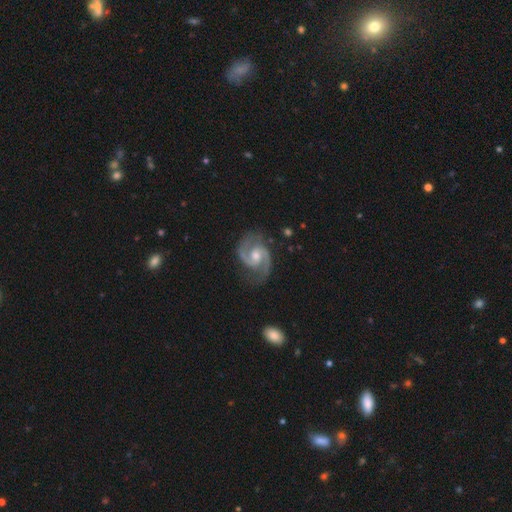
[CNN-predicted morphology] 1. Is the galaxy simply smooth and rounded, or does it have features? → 93% featured or disk, 4% star or artifact, 3% smooth.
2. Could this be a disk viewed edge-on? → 98% no, 2% yes.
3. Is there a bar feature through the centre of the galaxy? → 45% weak (tied), 45% no (tied), 10% strong.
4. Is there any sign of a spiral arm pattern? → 99% yes, 1% no.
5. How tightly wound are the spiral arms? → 64% medium, 23% tight, 13% loose.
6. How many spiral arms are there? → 94% 2, 2% 3, 2% can't tell, 1% 1, 1% 4, 1% more than 4.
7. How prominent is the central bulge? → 62% moderate, 29% small, 5% large, 4% none, 1% dominant.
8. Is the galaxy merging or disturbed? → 77% none, 16% minor disturbance, 5% major disturbance, 2% merger.